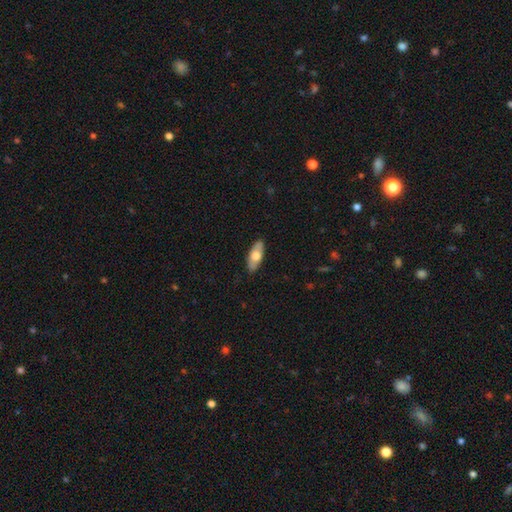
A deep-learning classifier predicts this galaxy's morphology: Overall: smooth (61%; featured or disk 33%). How rounded: in between (83%). Merging: none (86%).